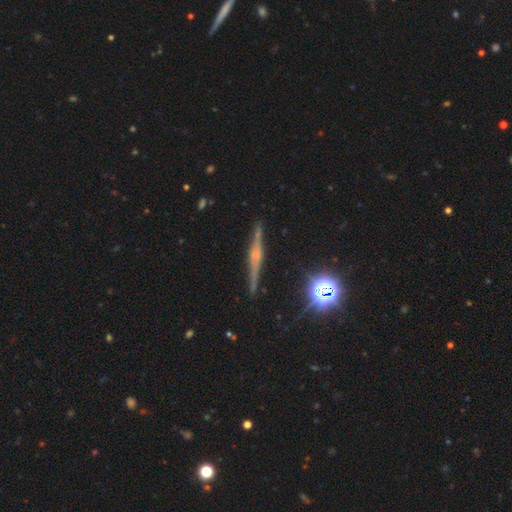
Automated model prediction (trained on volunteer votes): Smooth or featured?
  - featured or disk: 74% *
  - smooth: 13%
  - star or artifact: 12%
Edge-on disk?
  - yes: 97% *
  - no: 3%
Edge-on bulge?
  - rounded: 63% *
  - boxy: 24%
  - none: 14%
Merging?
  - none: 88% *
  - minor disturbance: 9%
  - major disturbance: 2%
  - merger: 2%